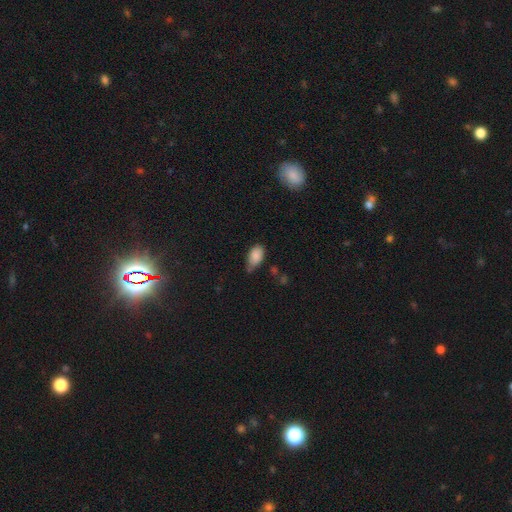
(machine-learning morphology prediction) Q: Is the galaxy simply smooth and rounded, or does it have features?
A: smooth — 86%.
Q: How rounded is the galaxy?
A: in between — 92%.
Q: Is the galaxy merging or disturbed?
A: none — 48%.